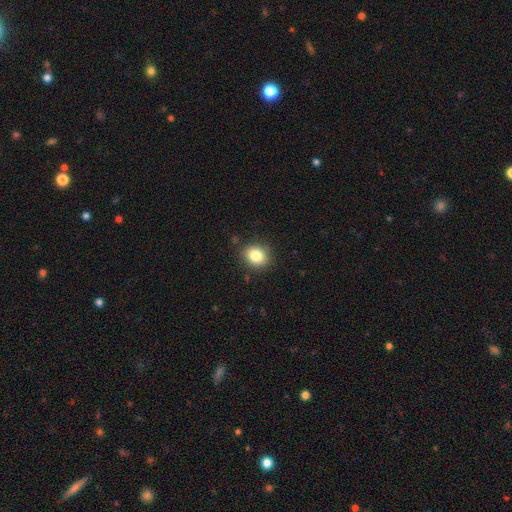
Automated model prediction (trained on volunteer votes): This appears to be a smooth galaxy with no disk features (83%) that is round (64%). Merging: none (86%).